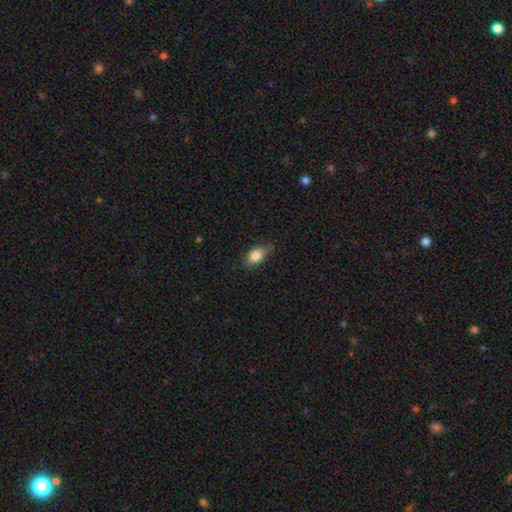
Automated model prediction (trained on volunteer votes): Smooth or featured: smooth — 83% (featured or disk — 9%)
How rounded: in between — 86% (round — 10%)
Merging: none — 71% (minor disturbance — 23%)